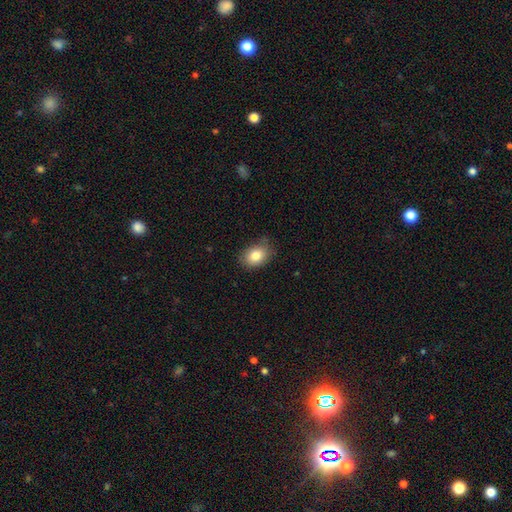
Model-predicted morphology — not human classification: This appears to be a smooth galaxy with no disk features (83%) that is in between round and cigar-shaped (73%). Merging: none (77%).